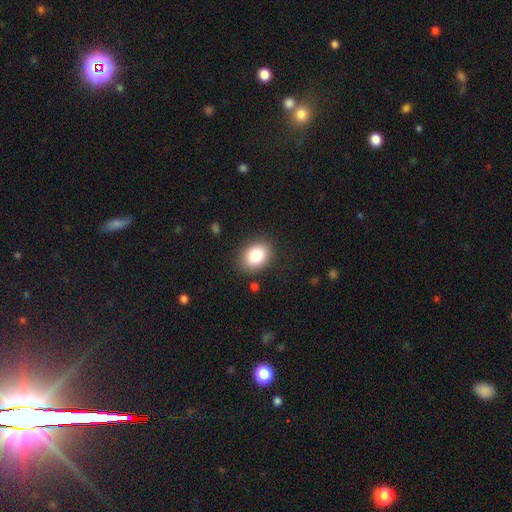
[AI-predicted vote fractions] smooth_or_featured: smooth (p=0.85) [alt: star or artifact p=0.08]
how_rounded: in between (p=0.67) [alt: round p=0.32]
merging: none (p=0.86) [alt: minor disturbance p=0.10]